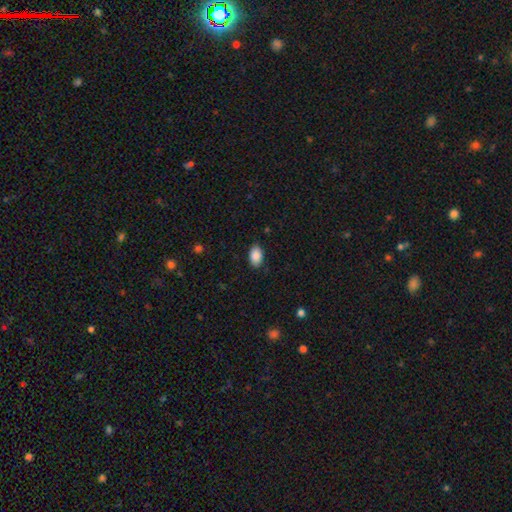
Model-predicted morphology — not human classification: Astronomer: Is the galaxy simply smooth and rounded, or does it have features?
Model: smooth — 88%.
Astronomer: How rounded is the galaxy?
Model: in between — 90%.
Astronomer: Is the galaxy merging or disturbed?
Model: none — 83%.